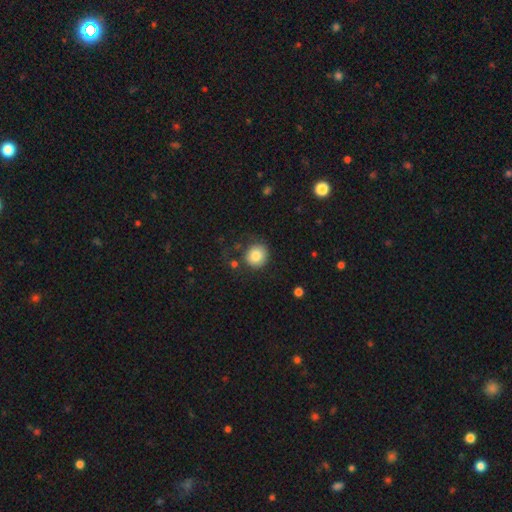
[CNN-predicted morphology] Smooth or featured?
  - smooth: 84% *
  - star or artifact: 9%
  - featured or disk: 8%
How rounded?
  - round: 89% *
  - in between: 10%
  - cigar-shaped: 1%
Merging?
  - none: 75% *
  - minor disturbance: 15%
  - major disturbance: 7%
  - merger: 3%